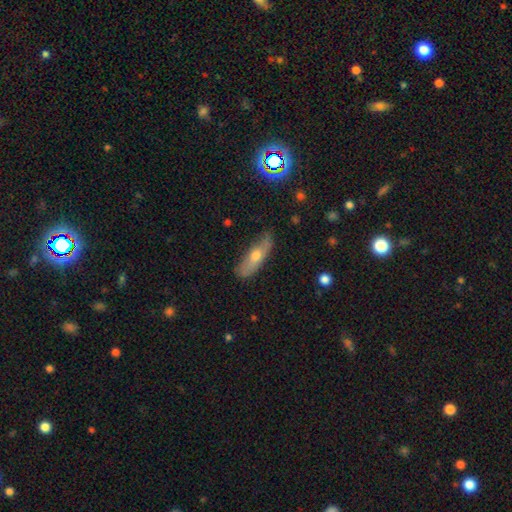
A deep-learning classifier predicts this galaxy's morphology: Overall: smooth (51%; featured or disk 40%). How rounded: cigar-shaped (53%; in between 44%). Merging: none (69%).